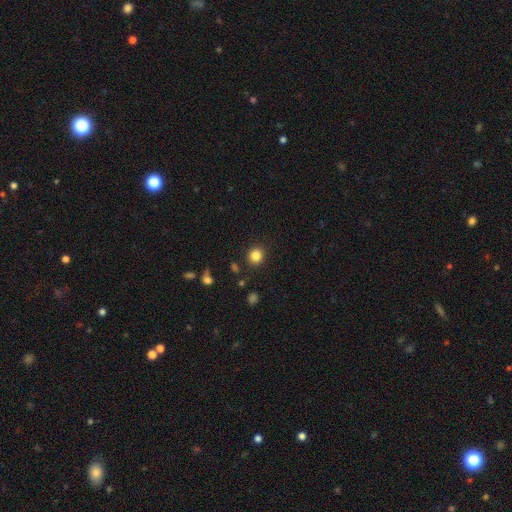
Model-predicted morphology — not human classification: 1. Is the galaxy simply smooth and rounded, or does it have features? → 84% smooth, 11% star or artifact, 5% featured or disk.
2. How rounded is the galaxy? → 82% round, 17% in between, 1% cigar-shaped.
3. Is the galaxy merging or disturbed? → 88% none, 7% minor disturbance, 3% major disturbance, 2% merger.